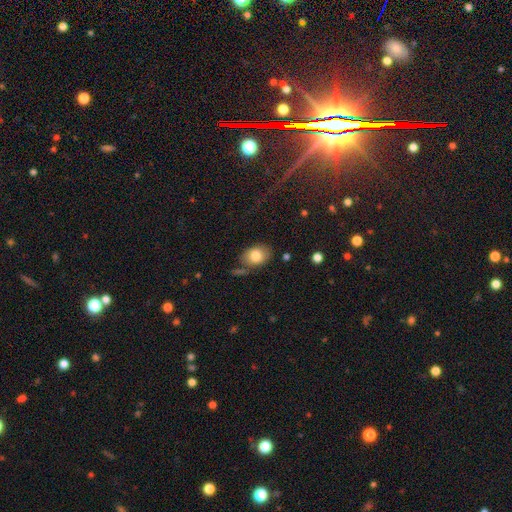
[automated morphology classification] Q: Smooth or featured?
A: smooth (81%); runner-up: featured or disk (11%)
Q: How rounded?
A: in between (75%); runner-up: round (24%)
Q: Merging?
A: none (67%); runner-up: minor disturbance (19%)